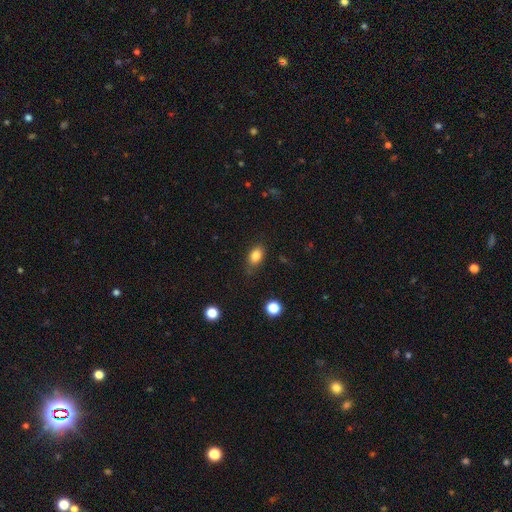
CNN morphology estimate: smooth 83%, star or artifact 10%, featured or disk 7%. Down the decision tree: how rounded — in between (82%); merging — none (76%).